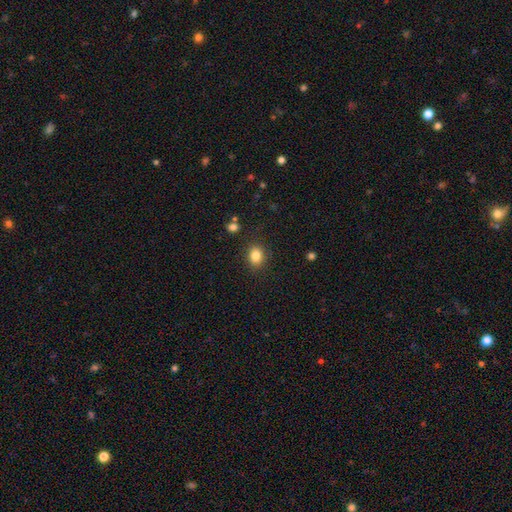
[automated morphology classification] Smooth or featured? smooth (84%)
How rounded? round (51%)
Merging? none (87%)